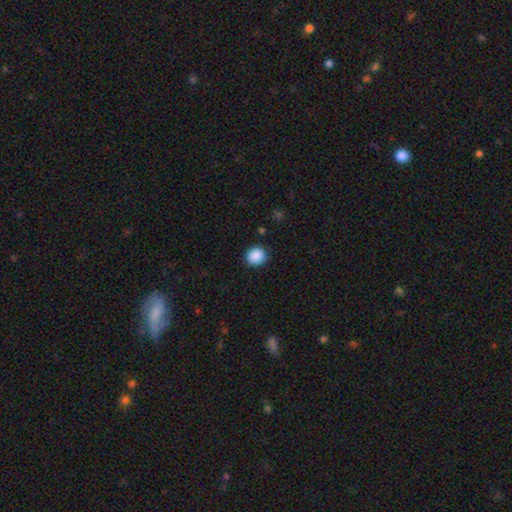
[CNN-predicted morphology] Smooth or featured? smooth (89%)
How rounded? round (81%)
Merging? none (89%)